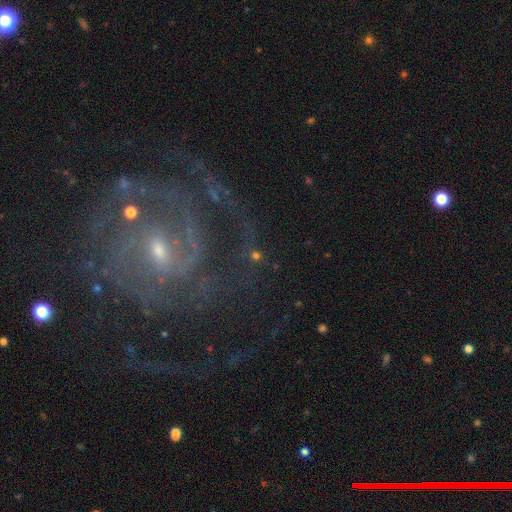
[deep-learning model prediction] This is marginally a star or artifact rather than a galaxy (42%).